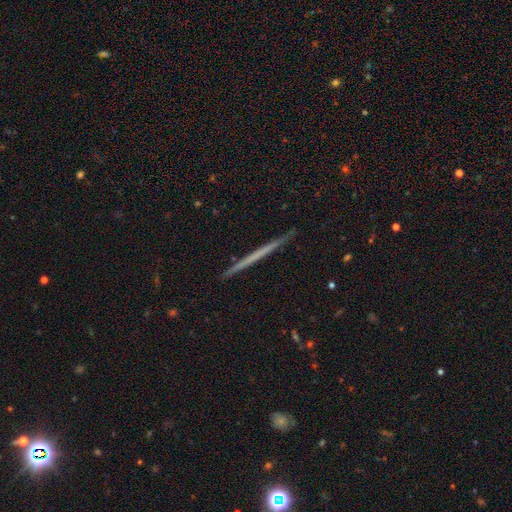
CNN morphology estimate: Q: Smooth or featured?
A: featured or disk (55%); runner-up: smooth (40%)
Q: Edge-on disk?
A: yes (98%); runner-up: no (2%)
Q: Edge-on bulge?
A: none (94%); runner-up: rounded (4%)
Q: Merging?
A: none (93%); runner-up: minor disturbance (5%)